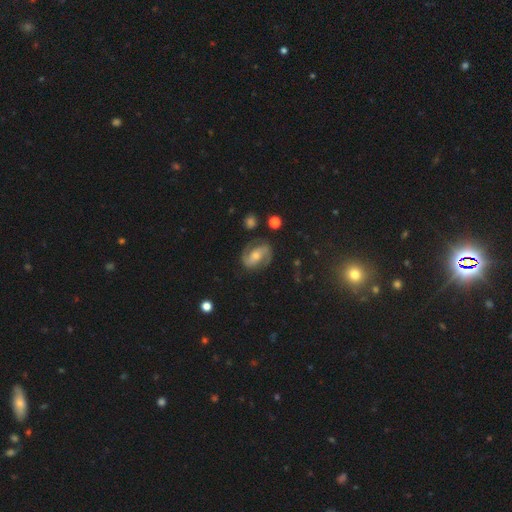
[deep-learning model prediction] Smooth or featured? featured or disk (80%)
Edge-on disk? no (97%)
Bar? weak (35%)
Spiral arms? yes (93%)
Spiral winding? medium (50%)
Spiral arm count? 2 (90%)
Bulge size? small (48%)
Merging? none (77%)